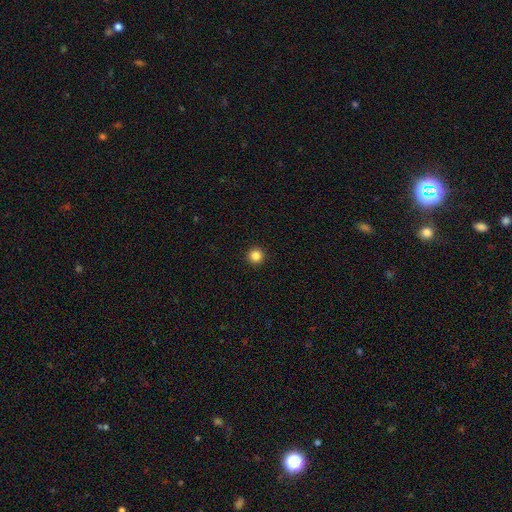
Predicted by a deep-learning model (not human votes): A smooth galaxy with no disk features (85%) that is round (96%).

Vote fractions:
- Smooth or featured? smooth: 85% / star or artifact: 11% / featured or disk: 4%
- How rounded? round: 96% / in between: 3% / cigar-shaped: 1%
- Merging? none: 94% / minor disturbance: 4% / major disturbance: 1% / merger: 1%